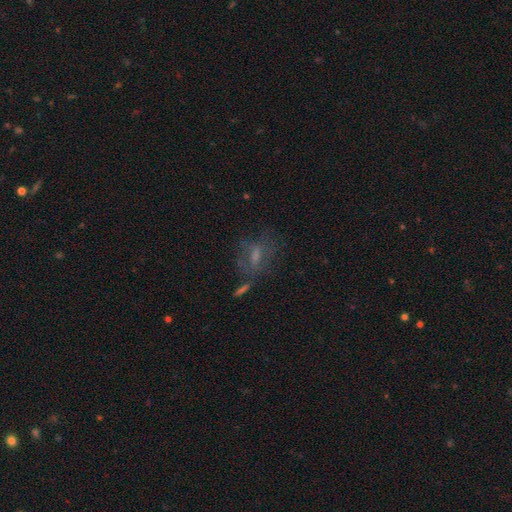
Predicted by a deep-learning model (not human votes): Smooth or featured: featured or disk — 41% (smooth — 39%)
Merging: none — 53% (major disturbance — 20%)